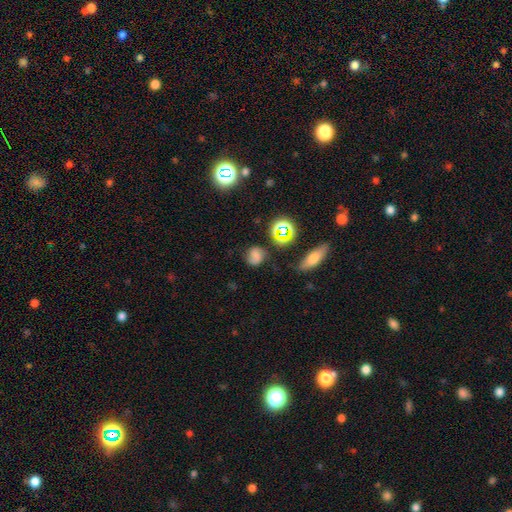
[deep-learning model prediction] smooth 61%, featured or disk 20%, star or artifact 19%. Down the decision tree: how rounded — round (65%); merging — none (67%).